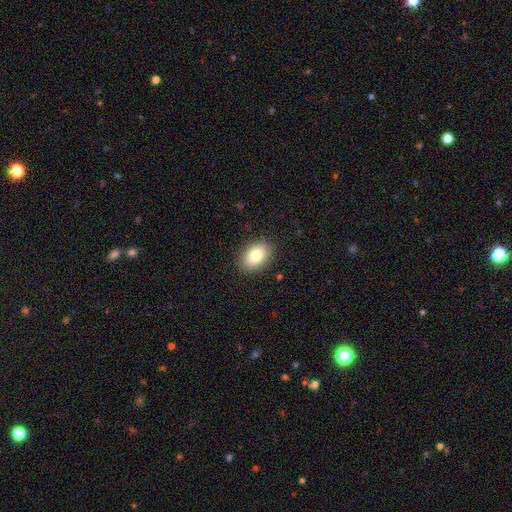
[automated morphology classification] smooth-or-featured: smooth: 81% | featured or disk: 10% | star or artifact: 9%
  how-rounded: in between: 81% | round: 18% | cigar-shaped: 1%
  merging: none: 88% | minor disturbance: 9% | major disturbance: 2% | merger: 1%